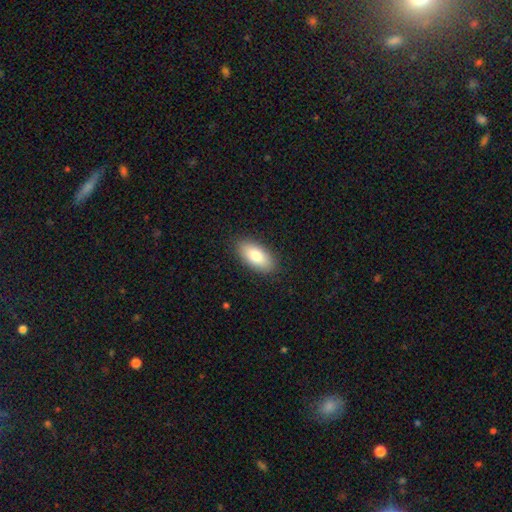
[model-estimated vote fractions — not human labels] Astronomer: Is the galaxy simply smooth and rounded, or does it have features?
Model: smooth — 81%.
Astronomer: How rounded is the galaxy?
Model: in between — 92%.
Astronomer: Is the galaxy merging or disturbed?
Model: none — 88%.